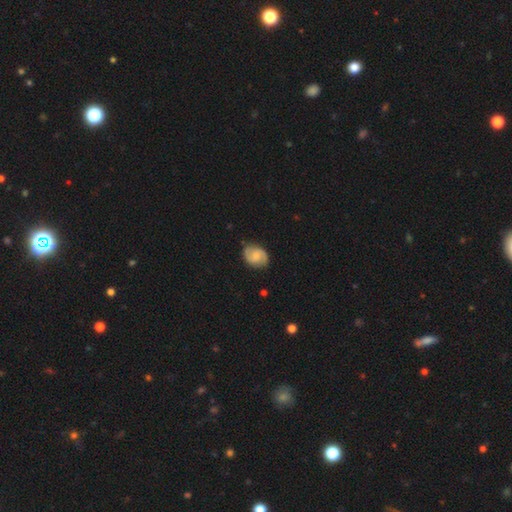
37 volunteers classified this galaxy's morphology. This appears to be a featured or disk galaxy (68%) with a weak bar (54%), 2 (91%) medium (48%) spiral arms (96%) and a small central bulge (58%). Merging: none (91%).